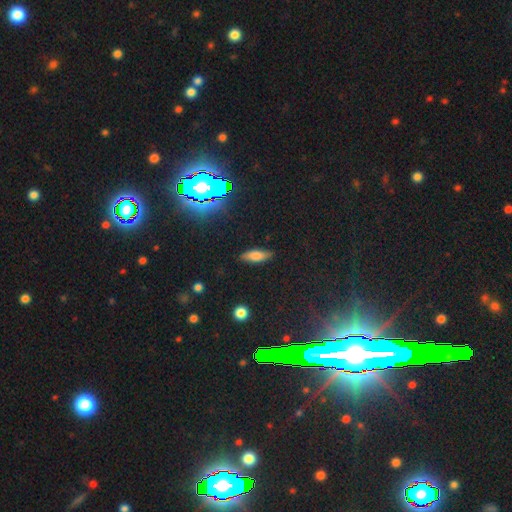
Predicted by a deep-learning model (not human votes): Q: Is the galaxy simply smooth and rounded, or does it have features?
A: smooth — 72%.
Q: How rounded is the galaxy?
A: in between — 59%.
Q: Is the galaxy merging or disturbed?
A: none — 85%.